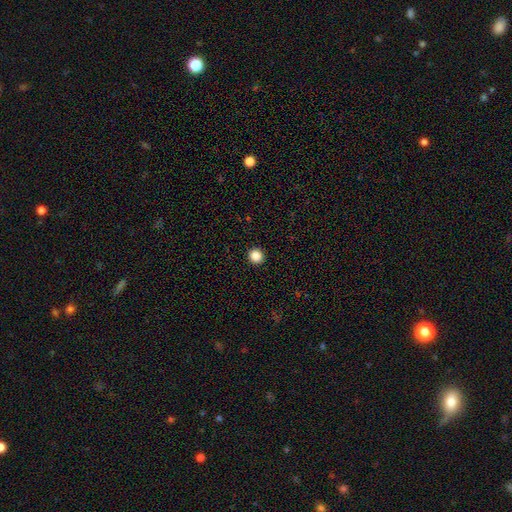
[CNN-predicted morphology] A smooth galaxy with no disk features (86%) that is round (91%). Merging: none (93%).